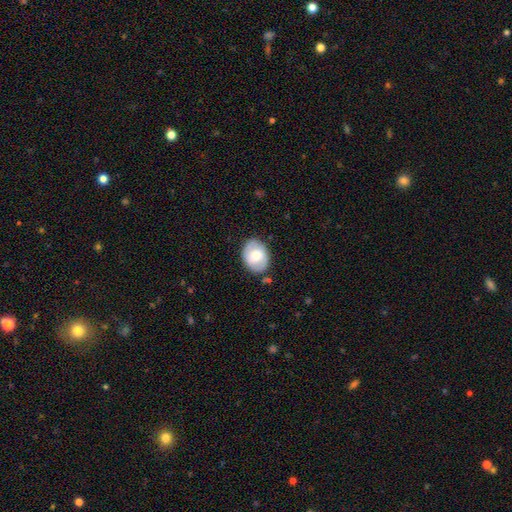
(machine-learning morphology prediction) Q: Smooth or featured?
A: smooth (59%); runner-up: featured or disk (34%)
Q: How rounded?
A: in between (68%); runner-up: round (31%)
Q: Merging?
A: none (82%); runner-up: minor disturbance (13%)